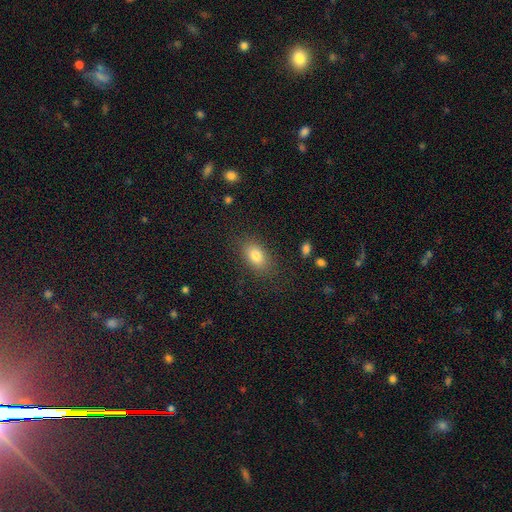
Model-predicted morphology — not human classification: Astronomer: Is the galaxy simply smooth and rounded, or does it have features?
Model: smooth — 82%.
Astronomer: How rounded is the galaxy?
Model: in between — 86%.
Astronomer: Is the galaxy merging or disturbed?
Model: none — 81%.